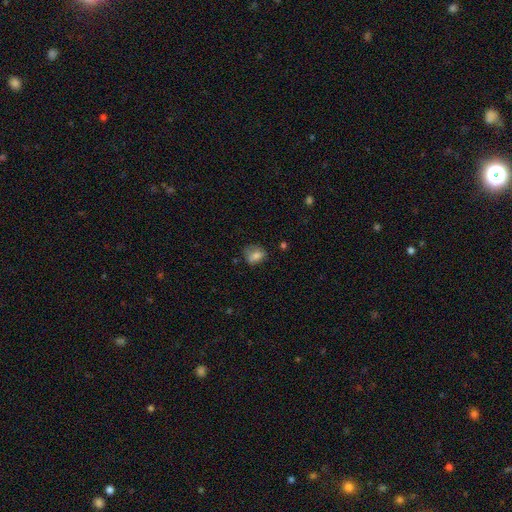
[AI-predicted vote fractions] This appears to be a smooth galaxy with no disk features (73%) that is in between round and cigar-shaped (53%). Merging: none (53%).